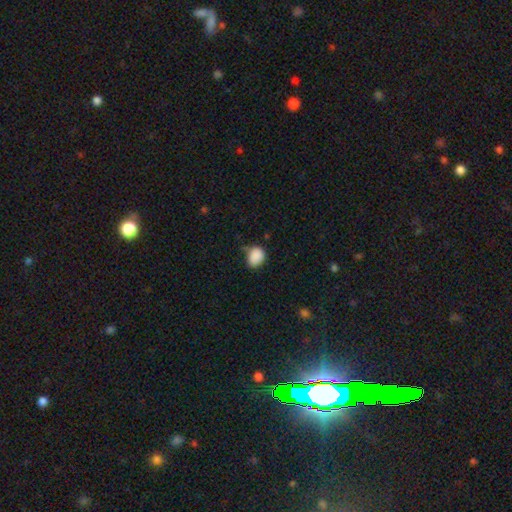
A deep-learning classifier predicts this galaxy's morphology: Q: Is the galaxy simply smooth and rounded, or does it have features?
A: smooth — 87%.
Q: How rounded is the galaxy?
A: in between — 54%.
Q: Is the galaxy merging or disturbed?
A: none — 54%.